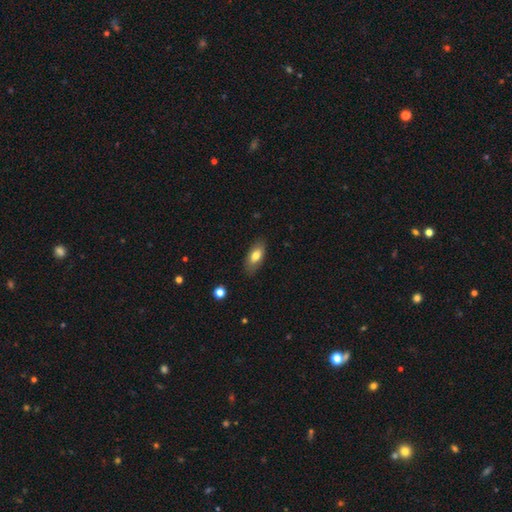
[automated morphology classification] Overall: smooth (75%). How rounded: in between (85%). Merging: none (84%).